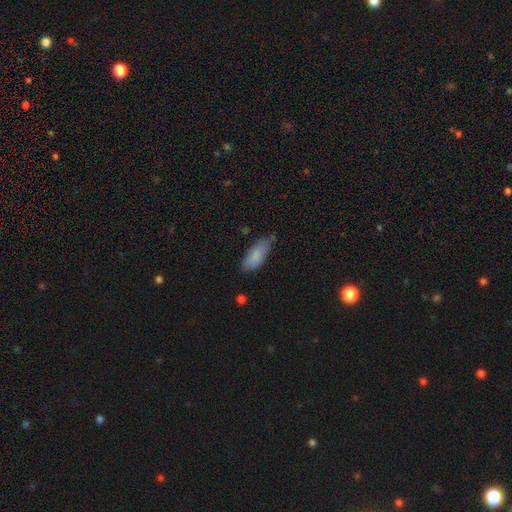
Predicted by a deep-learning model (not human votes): Smooth or featured? Predicted: smooth (p=0.85). How rounded? Predicted: in between (p=0.80). Merging? Predicted: none (p=0.63).